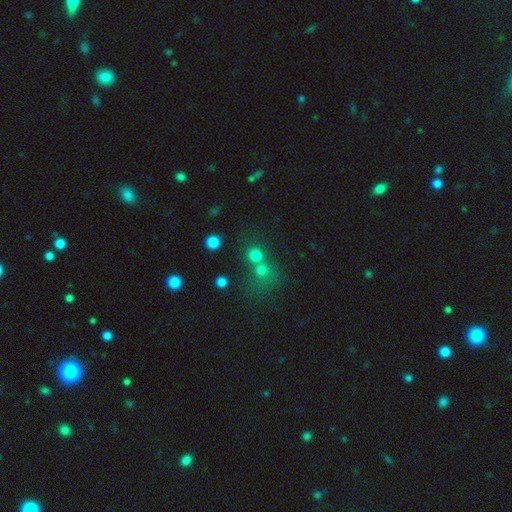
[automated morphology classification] smooth-or-featured: smooth: 75% | star or artifact: 17% | featured or disk: 8%
  how-rounded: round: 87% | in between: 12% | cigar-shaped: 1%
  merging: none: 54% | merger: 36% | minor disturbance: 7% | major disturbance: 4%